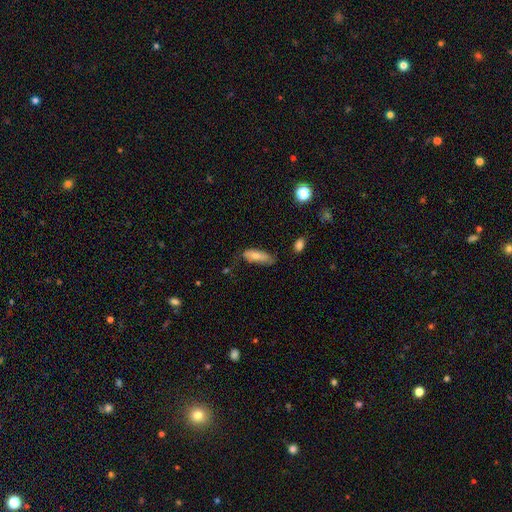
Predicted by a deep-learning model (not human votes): Smooth or featured? Predicted: smooth (p=0.75). How rounded? Predicted: in between (p=0.63). Merging? Predicted: none (p=0.52).